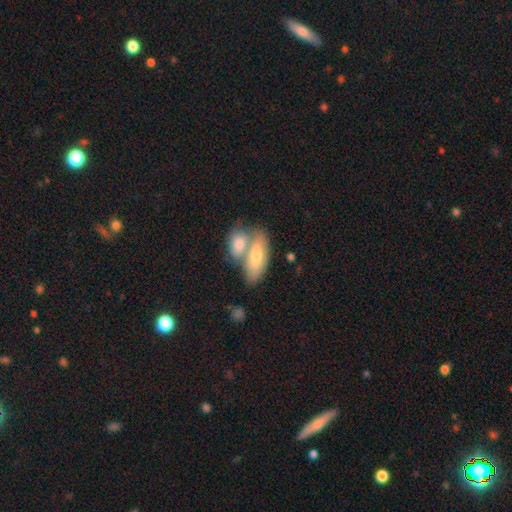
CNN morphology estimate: Overall: smooth (67%). How rounded: in between (76%). Merging: merger (54%; none 34%).